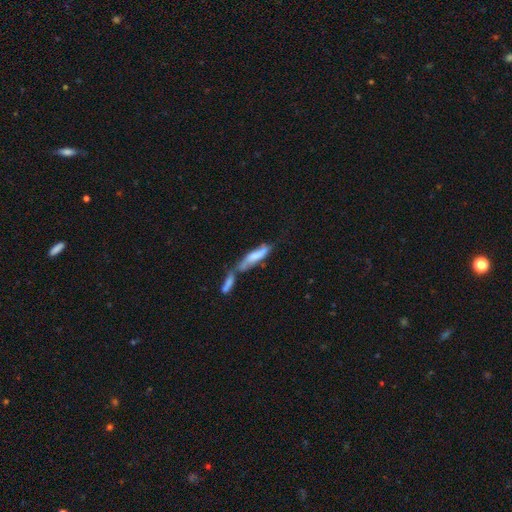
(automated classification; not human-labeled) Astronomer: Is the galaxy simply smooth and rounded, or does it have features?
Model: smooth — 59%.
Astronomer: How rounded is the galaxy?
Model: cigar-shaped — 71%.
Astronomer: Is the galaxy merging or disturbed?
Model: merger — 61%.